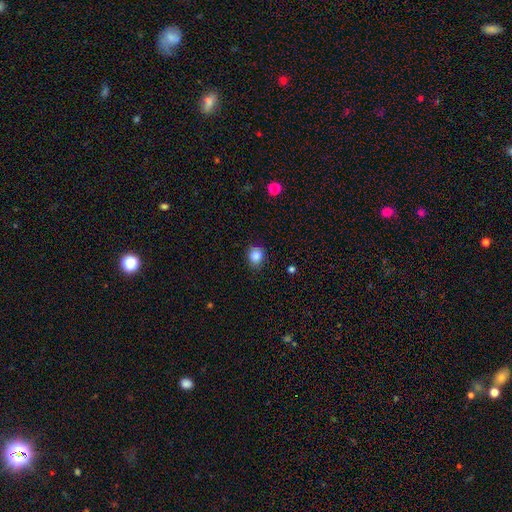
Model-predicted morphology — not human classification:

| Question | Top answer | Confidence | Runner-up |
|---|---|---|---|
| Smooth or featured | smooth | 86% | star or artifact (10%) |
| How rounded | round | 69% | in between (30%) |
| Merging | none | 79% | minor disturbance (16%) |